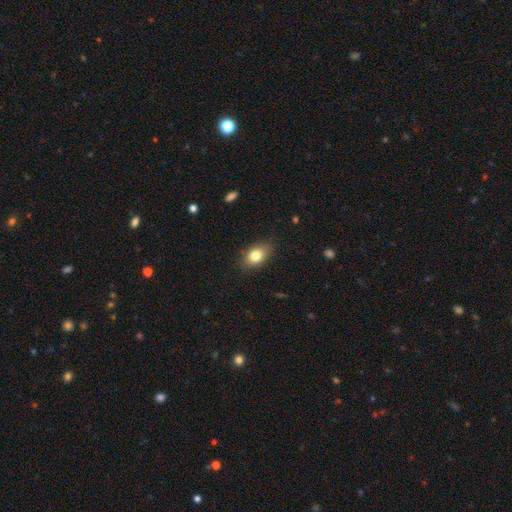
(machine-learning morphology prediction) Overall: smooth (80%). How rounded: in between (80%). Merging: none (82%).